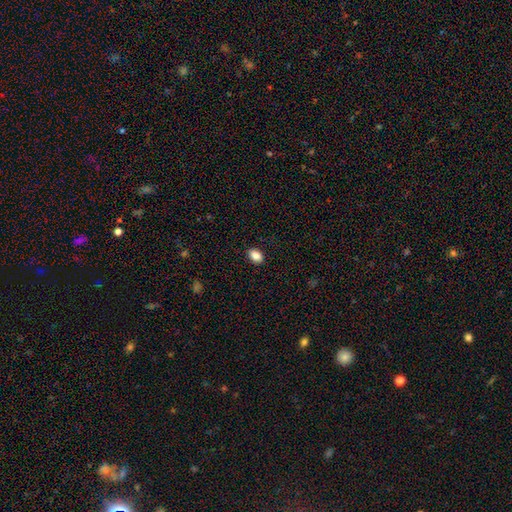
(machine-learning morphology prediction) Smooth or featured? smooth (87%)
How rounded? in between (83%)
Merging? none (89%)